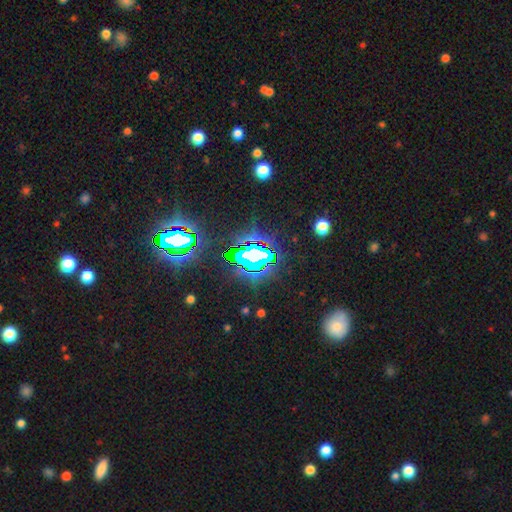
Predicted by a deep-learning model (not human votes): Smooth or featured: star or artifact — 74% (smooth — 14%)